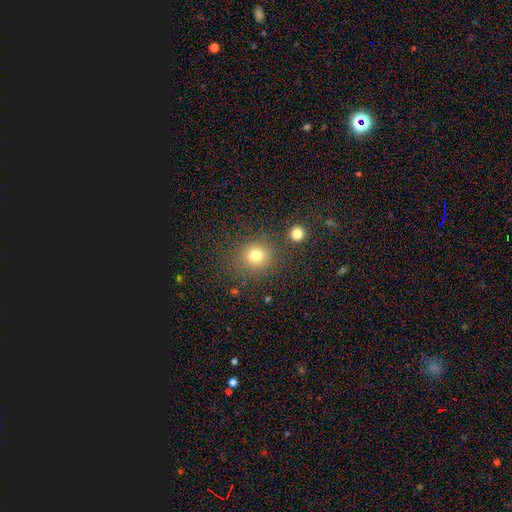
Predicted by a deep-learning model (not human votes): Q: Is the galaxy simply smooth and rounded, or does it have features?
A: smooth — 77%.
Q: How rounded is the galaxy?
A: round — 80%.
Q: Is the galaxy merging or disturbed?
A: none — 80%.